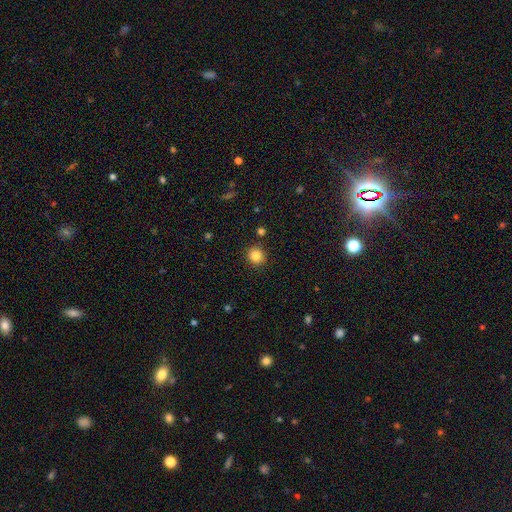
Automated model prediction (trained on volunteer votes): This is clearly a smooth galaxy (85%). How rounded: clearly round (89%). Merging: clearly none (89%).